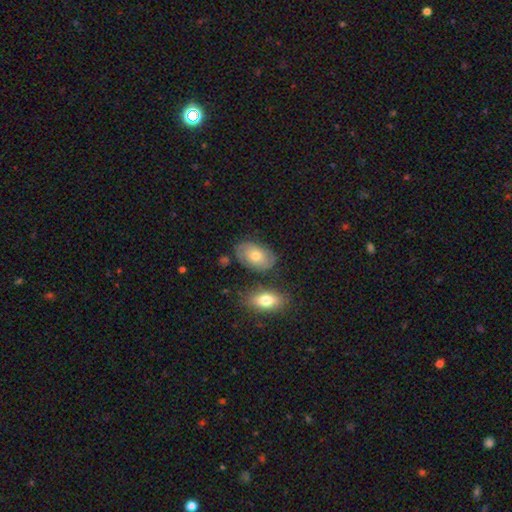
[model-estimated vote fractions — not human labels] A smooth galaxy with no disk features (55%) that is in between round and cigar-shaped (89%). Merging: none (71%).